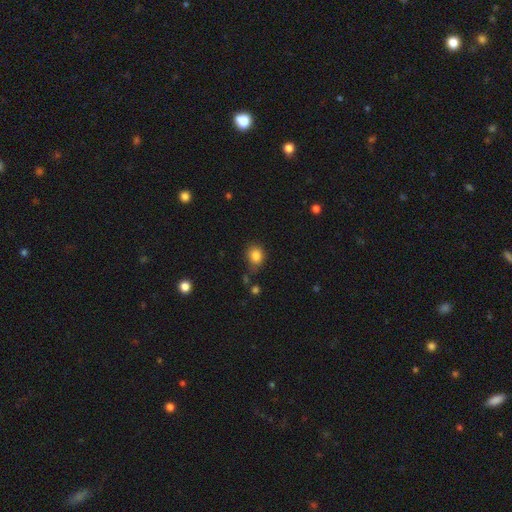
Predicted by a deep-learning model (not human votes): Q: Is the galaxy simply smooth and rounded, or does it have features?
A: smooth — 84%.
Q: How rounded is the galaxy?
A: round — 62%.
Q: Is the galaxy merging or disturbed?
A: none — 67%.